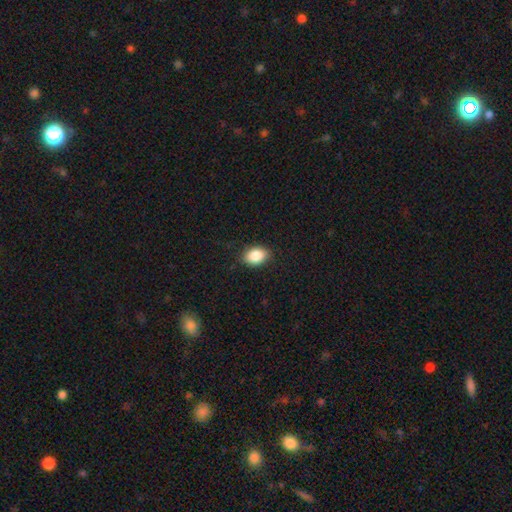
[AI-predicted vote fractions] smooth-or-featured: smooth: 88% | star or artifact: 8% | featured or disk: 5%
  how-rounded: in between: 81% | round: 18% | cigar-shaped: 1%
  merging: none: 87% | minor disturbance: 10% | major disturbance: 2% | merger: 1%